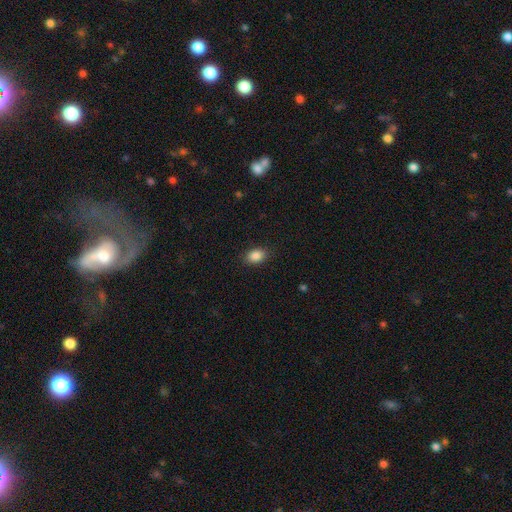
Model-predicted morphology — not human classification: smooth-or-featured: smooth: 87% | star or artifact: 9% | featured or disk: 4%
  how-rounded: in between: 78% | round: 21% | cigar-shaped: 1%
  merging: none: 87% | minor disturbance: 9% | major disturbance: 3% | merger: 1%